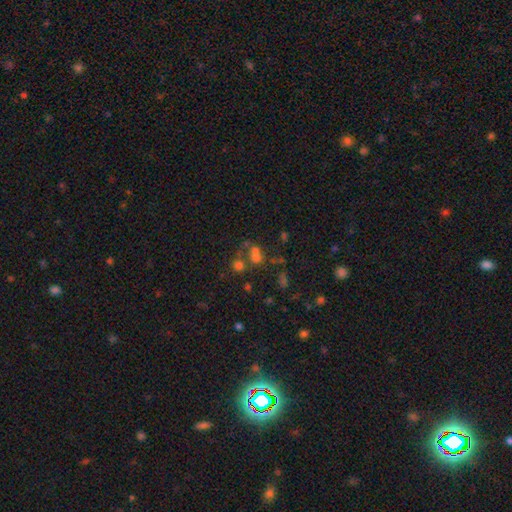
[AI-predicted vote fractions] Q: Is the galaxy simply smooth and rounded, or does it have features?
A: smooth — 50%.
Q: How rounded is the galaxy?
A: round — 71%.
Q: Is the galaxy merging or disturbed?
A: merger — 45%.